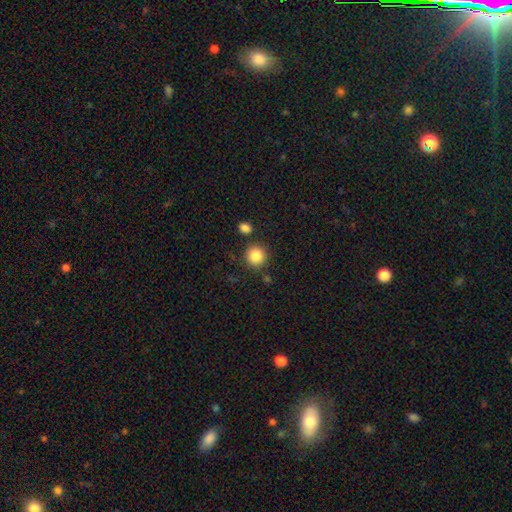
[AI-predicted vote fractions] smooth 87%, star or artifact 9%, featured or disk 4%. Down the decision tree: how rounded — round (92%); merging — none (83%).